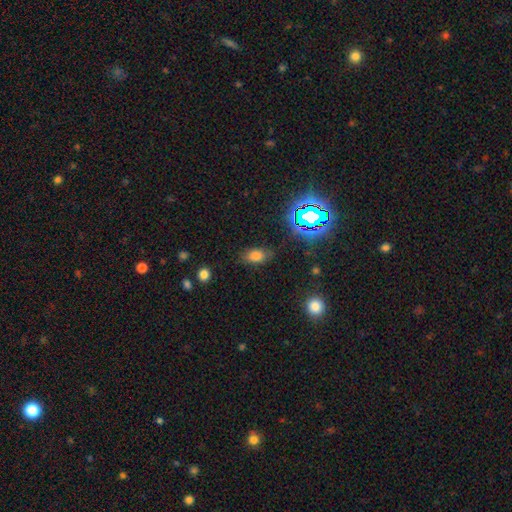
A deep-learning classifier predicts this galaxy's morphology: Q: Smooth or featured?
A: smooth (71%); runner-up: star or artifact (19%)
Q: How rounded?
A: in between (85%); runner-up: round (11%)
Q: Merging?
A: none (77%); runner-up: minor disturbance (16%)